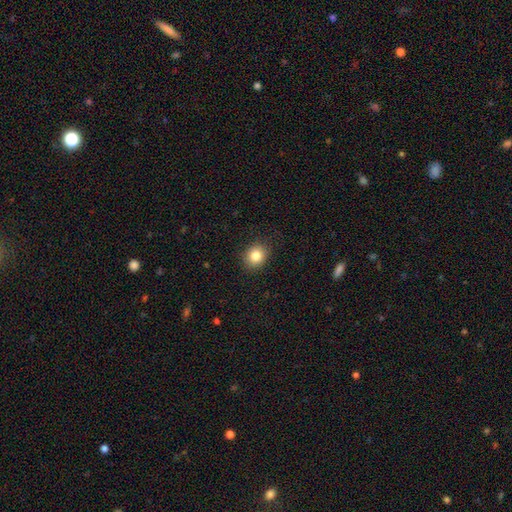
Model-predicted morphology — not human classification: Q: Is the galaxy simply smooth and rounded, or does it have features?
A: smooth — 83%.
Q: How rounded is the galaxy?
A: round — 65%.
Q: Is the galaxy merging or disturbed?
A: none — 88%.